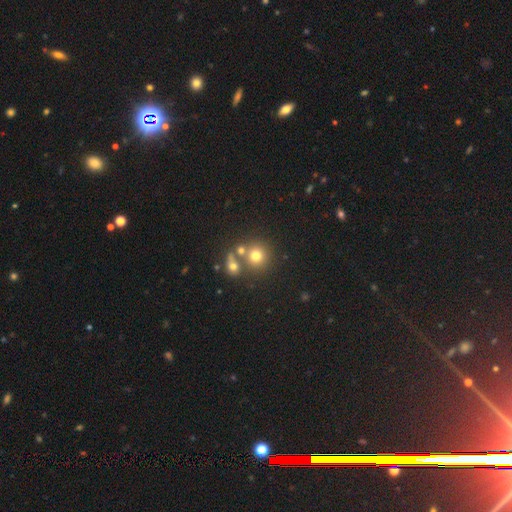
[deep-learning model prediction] smooth_or_featured: smooth (p=0.74) [alt: star or artifact p=0.15]
how_rounded: round (p=0.89) [alt: in between p=0.10]
merging: none (p=0.60) [alt: merger p=0.28]